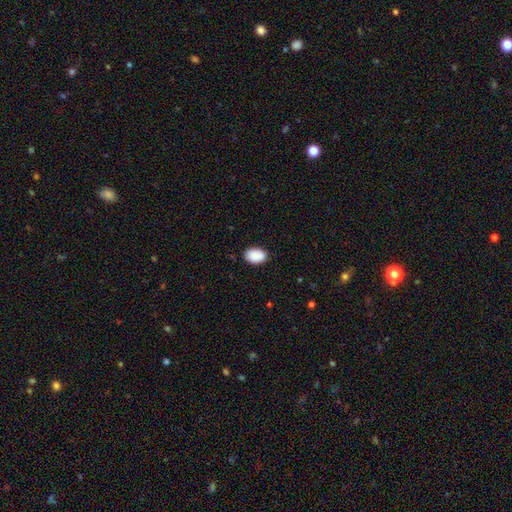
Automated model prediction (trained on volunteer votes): Overall: smooth (90%). How rounded: in between (87%). Merging: none (85%).